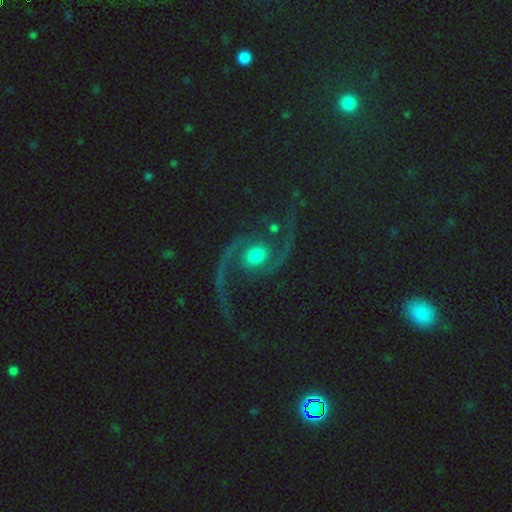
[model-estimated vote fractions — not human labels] A featured or disk galaxy (92%) with no bar (66%), 2 (95%) loose (54%) spiral arms (98%) and a moderate central bulge (61%). Merging: none (70%).